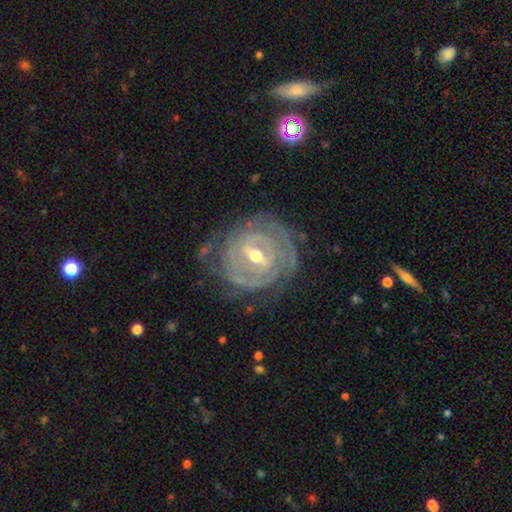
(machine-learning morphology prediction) A featured or disk galaxy (86%) with a weak bar (45%), tight (78%) spiral arms (85%) and a moderate central bulge (63%). Merging: none (69%).